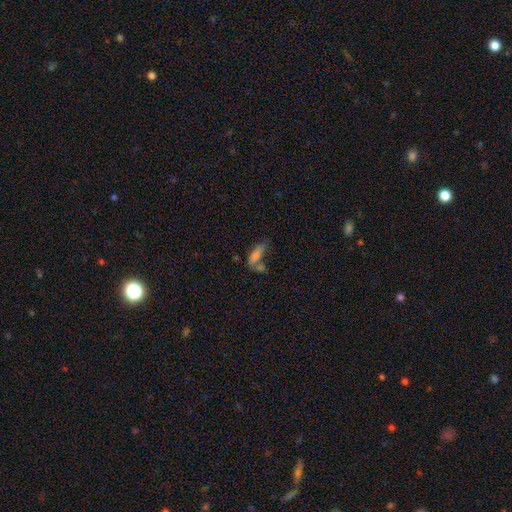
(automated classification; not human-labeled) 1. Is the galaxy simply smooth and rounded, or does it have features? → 52% smooth, 26% featured or disk, 22% star or artifact.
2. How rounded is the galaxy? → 54% in between, 40% cigar-shaped, 5% round.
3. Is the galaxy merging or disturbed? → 39% none, 31% merger, 16% minor disturbance, 13% major disturbance.